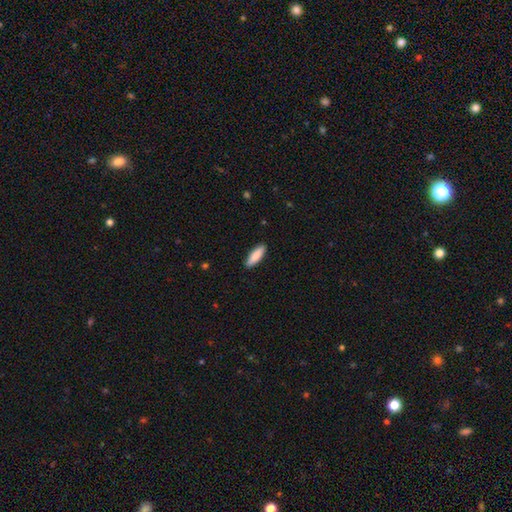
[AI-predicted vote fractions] Q: Smooth or featured?
A: smooth (86%); runner-up: featured or disk (9%)
Q: How rounded?
A: cigar-shaped (51%); runner-up: in between (48%)
Q: Merging?
A: none (90%); runner-up: minor disturbance (7%)